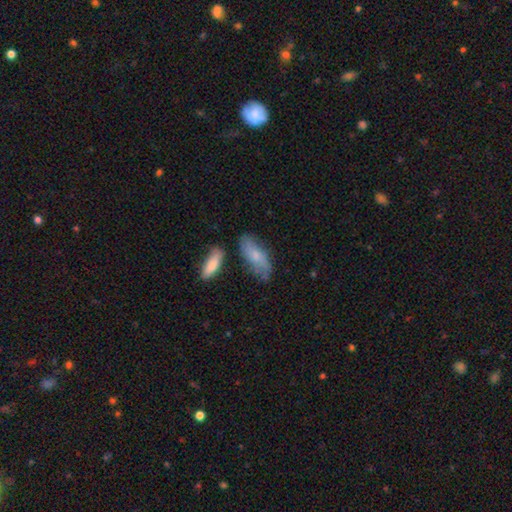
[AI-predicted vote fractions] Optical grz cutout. It shows a smooth galaxy with no disk features (60%) that is in between round and cigar-shaped (73%). Merging: none (59%).